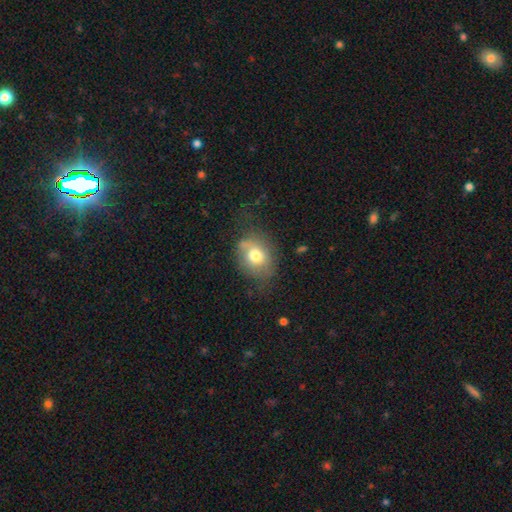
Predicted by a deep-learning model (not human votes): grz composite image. It shows a smooth galaxy with no disk features (69%) that is in between round and cigar-shaped (53%). Merging: none (55%).